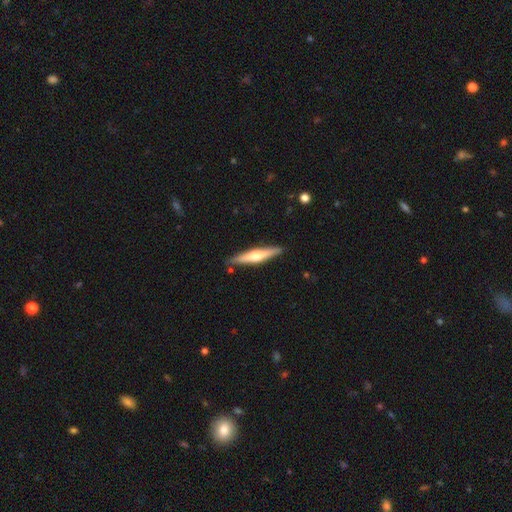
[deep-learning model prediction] A featured or disk galaxy (53%) viewed edge-on (96%) with a rounded central bulge (84%). Merging: none (87%).